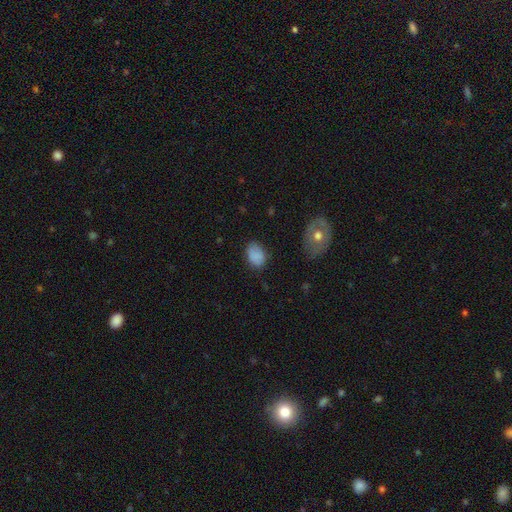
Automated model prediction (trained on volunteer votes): Smooth or featured?
  - smooth: 85% *
  - star or artifact: 9%
  - featured or disk: 6%
How rounded?
  - in between: 82% *
  - round: 17%
  - cigar-shaped: 1%
Merging?
  - none: 73% *
  - minor disturbance: 21%
  - major disturbance: 5%
  - merger: 2%